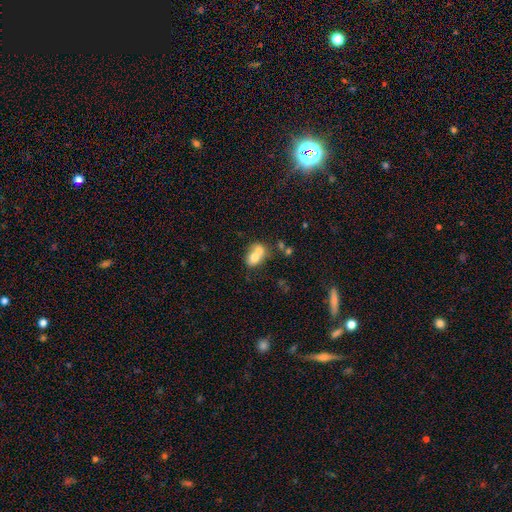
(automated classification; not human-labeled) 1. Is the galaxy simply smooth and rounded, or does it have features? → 69% smooth, 21% featured or disk, 9% star or artifact.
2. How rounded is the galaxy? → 55% in between, 43% round, 1% cigar-shaped.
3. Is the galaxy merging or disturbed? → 68% merger, 21% none, 7% minor disturbance, 4% major disturbance.